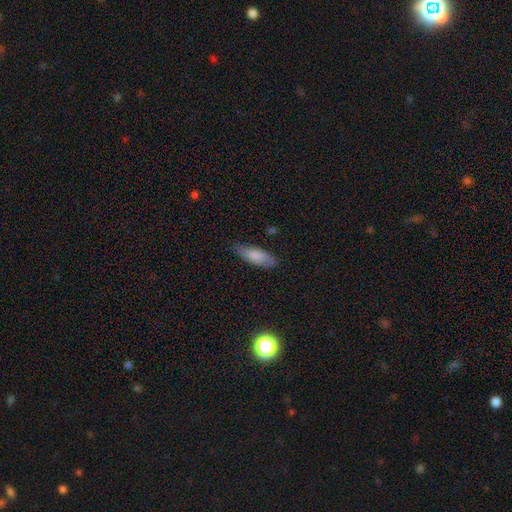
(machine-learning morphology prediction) Q: Smooth or featured?
A: smooth (80%); runner-up: featured or disk (14%)
Q: How rounded?
A: in between (72%); runner-up: cigar-shaped (26%)
Q: Merging?
A: none (70%); runner-up: minor disturbance (24%)